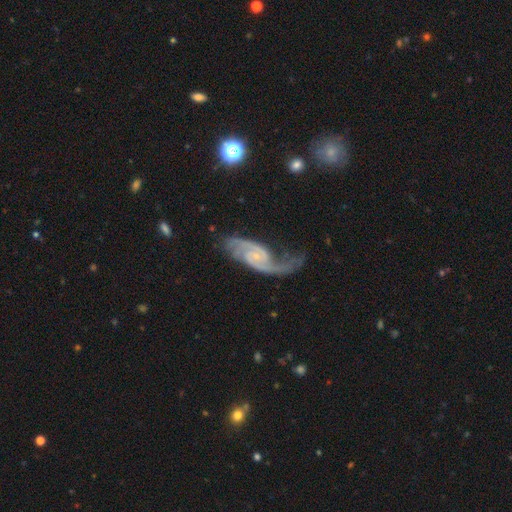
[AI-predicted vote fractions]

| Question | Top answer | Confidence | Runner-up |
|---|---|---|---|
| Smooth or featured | featured or disk | 90% | smooth (5%) |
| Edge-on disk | no | 96% | yes (4%) |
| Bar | no | 57% | weak (35%) |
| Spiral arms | yes | 97% | no (3%) |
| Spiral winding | medium | 47% | loose (35%) |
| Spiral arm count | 2 | 85% | 3 (4%) |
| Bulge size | small | 76% | moderate (17%) |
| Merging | none | 54% | minor disturbance (22%) |